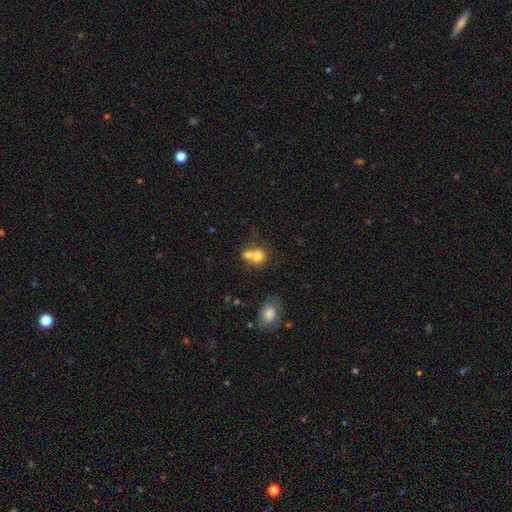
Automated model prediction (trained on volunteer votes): Q: Smooth or featured?
A: smooth (74%); runner-up: featured or disk (16%)
Q: How rounded?
A: round (73%); runner-up: in between (26%)
Q: Merging?
A: merger (60%); runner-up: none (29%)